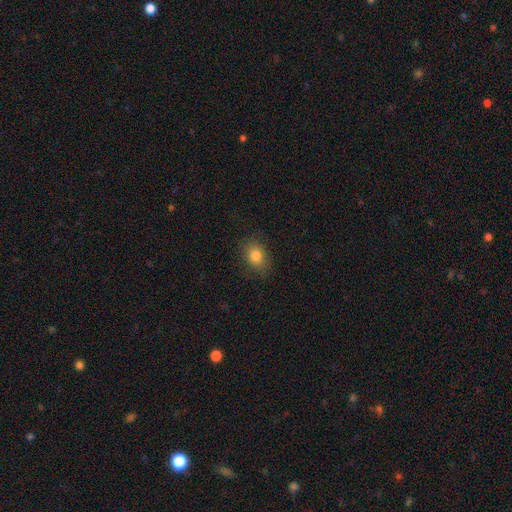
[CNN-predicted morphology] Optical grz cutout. It shows a smooth galaxy with no disk features (81%) that is in between round and cigar-shaped (62%). Merging: none (81%).